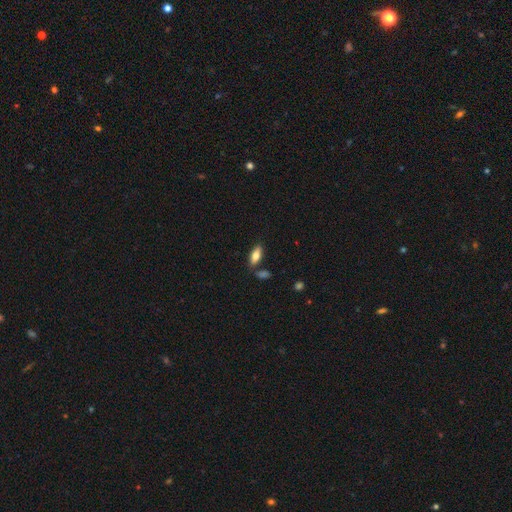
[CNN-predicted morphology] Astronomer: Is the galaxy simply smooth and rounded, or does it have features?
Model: smooth — 73%.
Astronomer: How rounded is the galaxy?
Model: in between — 77%.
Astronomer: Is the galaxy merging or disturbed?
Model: none — 77%.